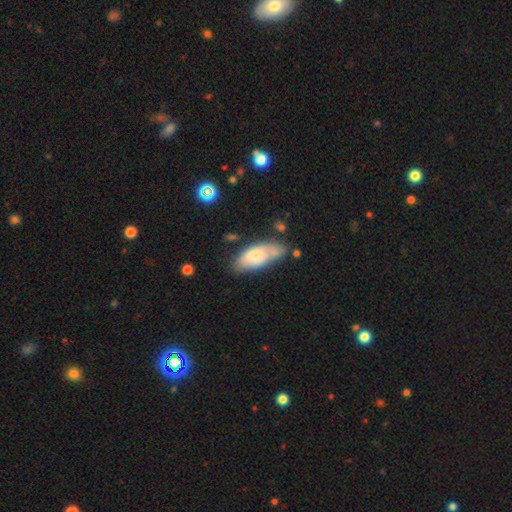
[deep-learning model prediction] A smooth galaxy with no disk features (67%) that is in between round and cigar-shaped (85%). Merging: none (50%).